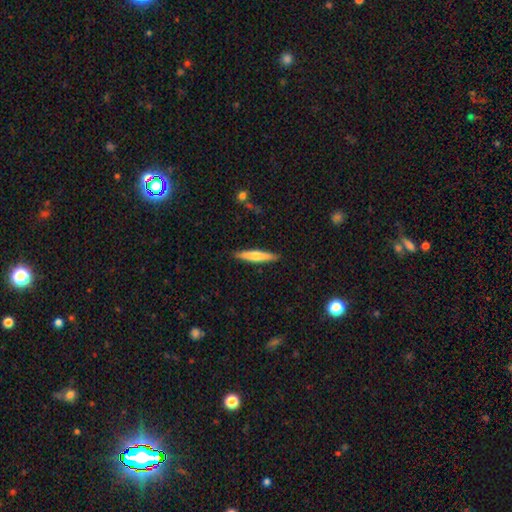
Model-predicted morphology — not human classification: type=smooth (60%); roundness=cigar-shaped (90%); merging=none (90%).